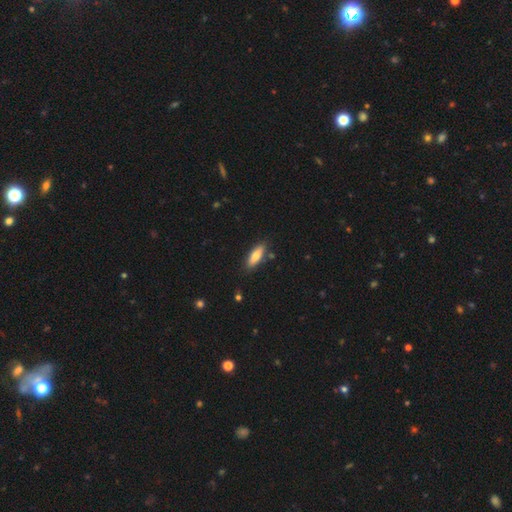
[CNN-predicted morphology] Smooth or featured?
  - smooth: 78% *
  - featured or disk: 16%
  - star or artifact: 6%
How rounded?
  - in between: 55% *
  - cigar-shaped: 43%
  - round: 2%
Merging?
  - none: 84% *
  - minor disturbance: 12%
  - merger: 3%
  - major disturbance: 2%